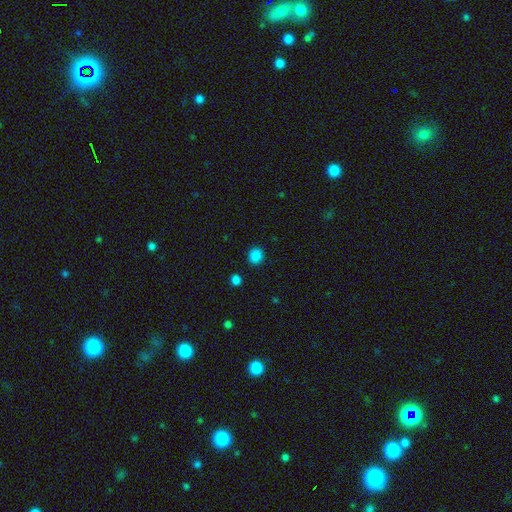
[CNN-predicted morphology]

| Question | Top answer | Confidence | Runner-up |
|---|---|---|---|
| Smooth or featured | smooth | 86% | star or artifact (11%) |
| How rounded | round | 81% | in between (18%) |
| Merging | none | 89% | minor disturbance (7%) |